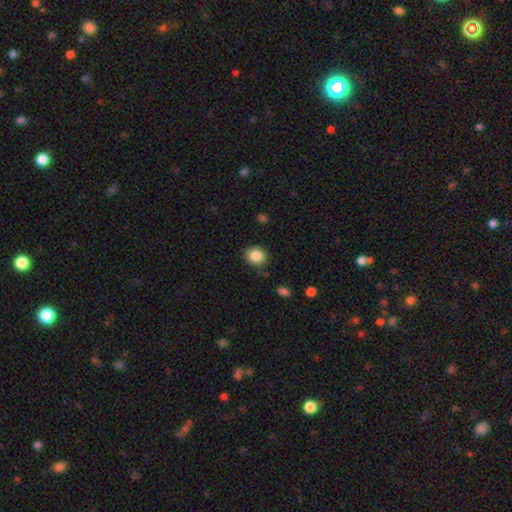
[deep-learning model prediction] smooth_or_featured: smooth (p=0.85) [alt: star or artifact p=0.09]
how_rounded: round (p=0.77) [alt: in between p=0.22]
merging: none (p=0.84) [alt: minor disturbance p=0.11]